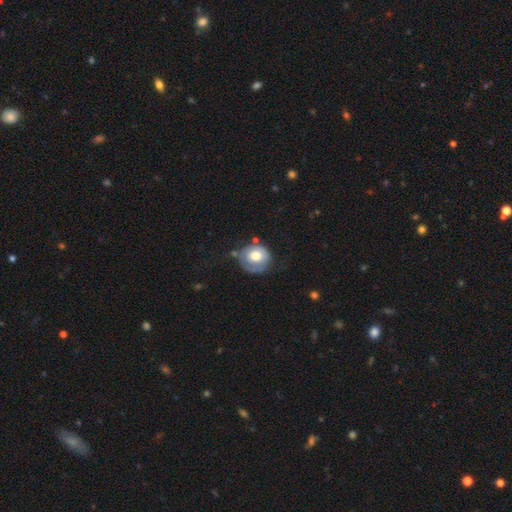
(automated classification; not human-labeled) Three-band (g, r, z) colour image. It shows a smooth galaxy with no disk features (65%) that is round (82%). Merging: none (50%).